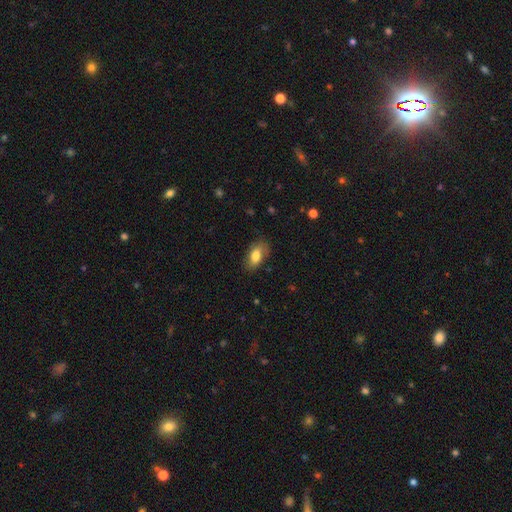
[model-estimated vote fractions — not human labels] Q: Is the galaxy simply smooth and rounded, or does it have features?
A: smooth — 76%.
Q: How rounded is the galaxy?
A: in between — 91%.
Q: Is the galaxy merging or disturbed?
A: none — 75%.